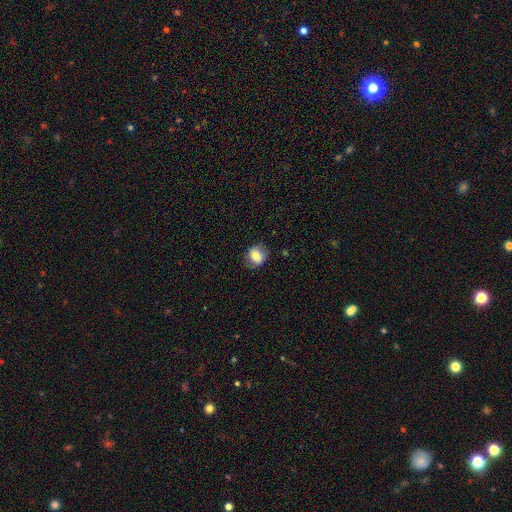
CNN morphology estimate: type=smooth (72%); roundness=round (65%); merging=none (72%).